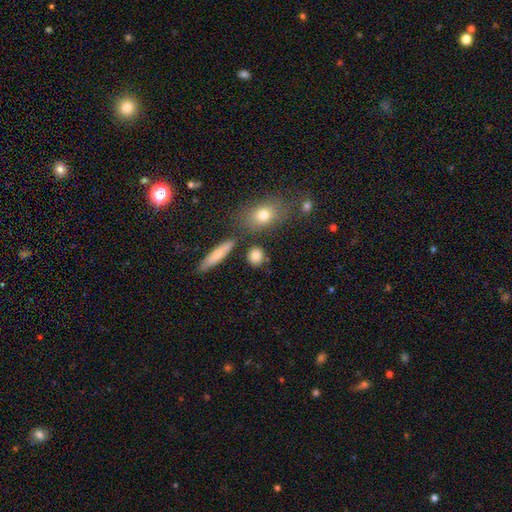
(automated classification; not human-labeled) This appears to be a smooth galaxy with no disk features (83%) that is round (72%). Merging: none (79%).